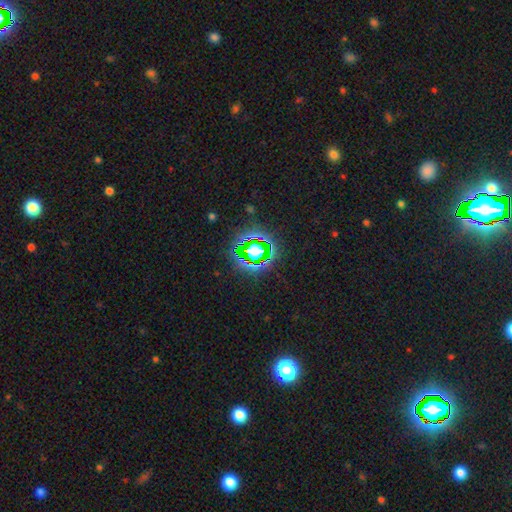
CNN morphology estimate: A star or artifact, not a galaxy (70%).